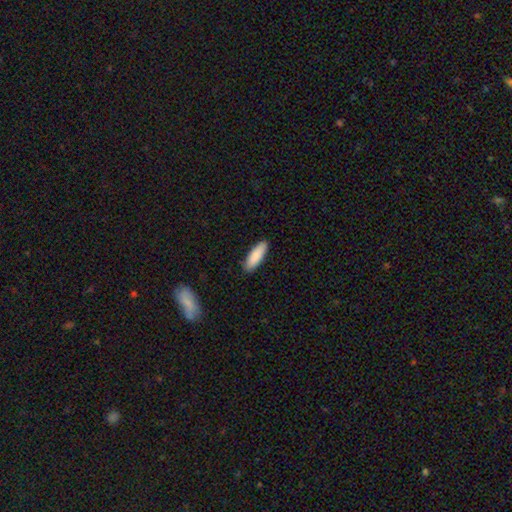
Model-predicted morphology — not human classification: Q: Smooth or featured?
A: smooth (88%); runner-up: featured or disk (7%)
Q: How rounded?
A: in between (56%); runner-up: cigar-shaped (43%)
Q: Merging?
A: none (88%); runner-up: minor disturbance (9%)